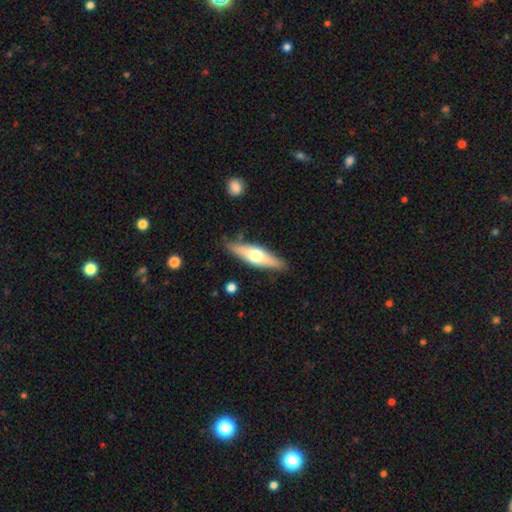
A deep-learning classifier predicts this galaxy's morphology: Q: Smooth or featured?
A: featured or disk (53%); runner-up: smooth (42%)
Q: Edge-on disk?
A: yes (90%); runner-up: no (10%)
Q: Merging?
A: none (86%); runner-up: minor disturbance (11%)